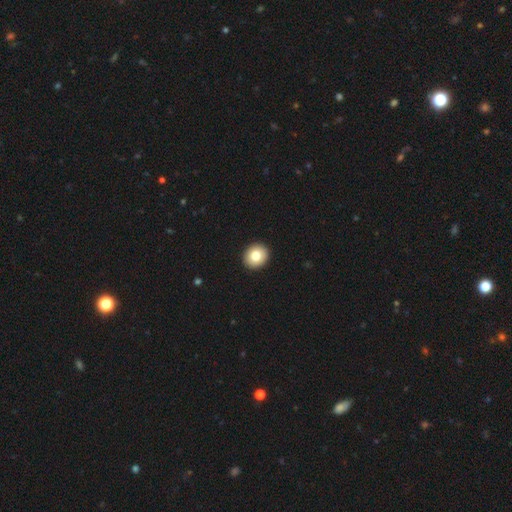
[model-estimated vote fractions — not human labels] This is likely a smooth galaxy (79%). How rounded: likely round (77%). Merging: clearly none (93%).